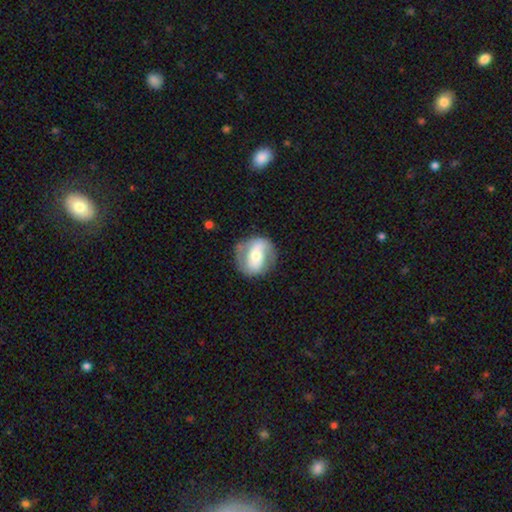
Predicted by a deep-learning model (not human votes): Smooth or featured: featured or disk — 66% (smooth — 28%)
Edge-on disk: no — 96% (yes — 4%)
Bar: no — 39% (weak — 32%)
Spiral arms: yes — 77% (no — 23%)
Bulge size: moderate — 58% (small — 31%)
Merging: none — 73% (minor disturbance — 17%)